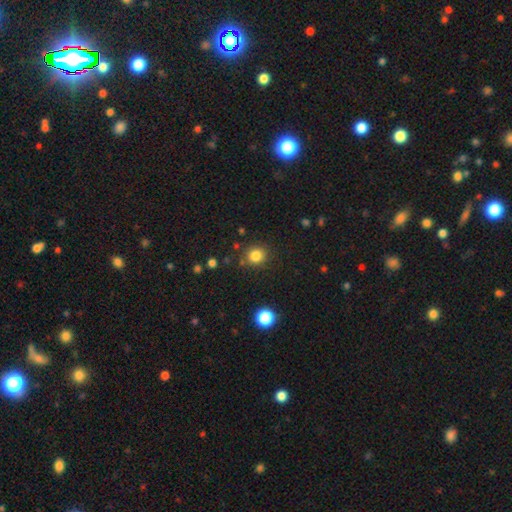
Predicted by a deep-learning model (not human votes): This appears to be a smooth galaxy with no disk features (83%) that is round (87%). Merging: none (84%).